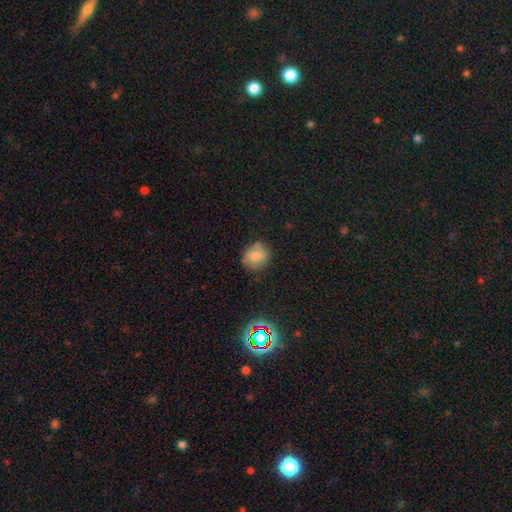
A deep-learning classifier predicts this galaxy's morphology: This is likely a smooth galaxy (78%). How rounded: likely round (75%). Merging: likely none (75%).